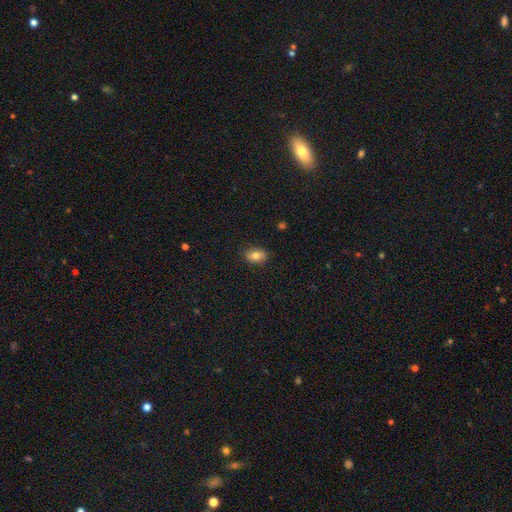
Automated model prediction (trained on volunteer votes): smooth 77%, featured or disk 13%, star or artifact 9%. Down the decision tree: how rounded — in between (78%); merging — none (86%).